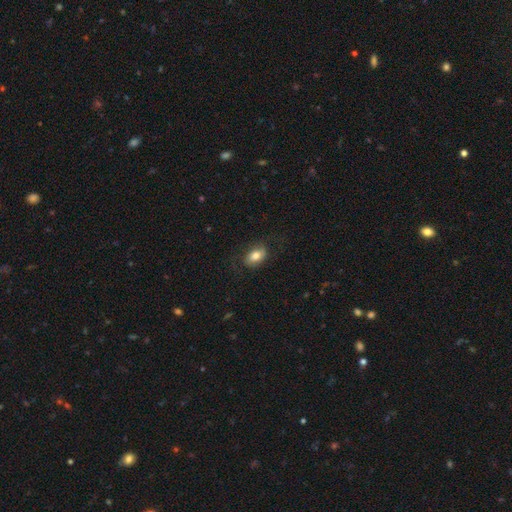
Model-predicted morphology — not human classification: Smooth or featured?
  - smooth: 77% *
  - featured or disk: 16%
  - star or artifact: 8%
How rounded?
  - in between: 86% *
  - round: 13%
  - cigar-shaped: 2%
Merging?
  - none: 75% *
  - minor disturbance: 16%
  - major disturbance: 8%
  - merger: 1%